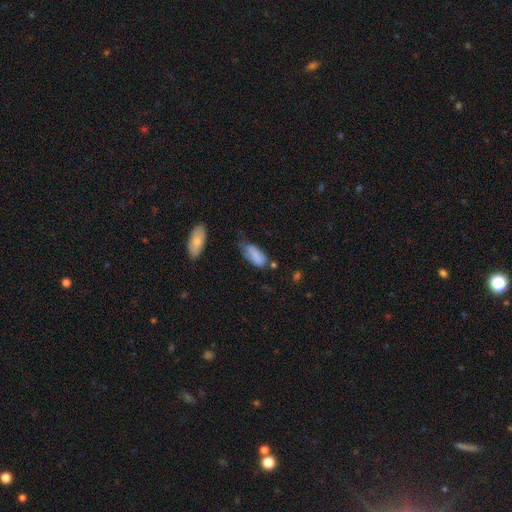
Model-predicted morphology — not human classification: Overall: smooth (83%). How rounded: in between (86%). Merging: minor disturbance (42%; none 38%).